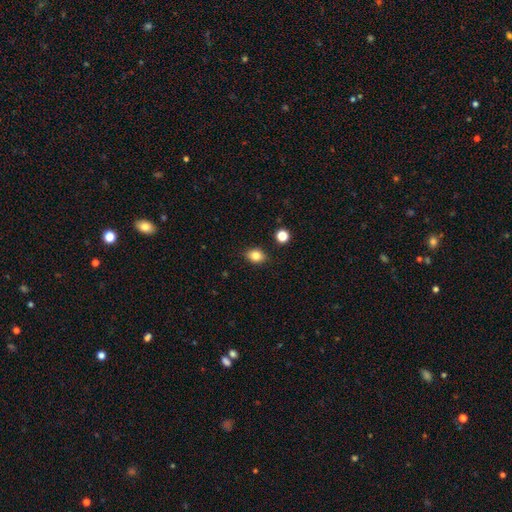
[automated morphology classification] type=smooth (83%); roundness=in between (58%); merging=none (86%).